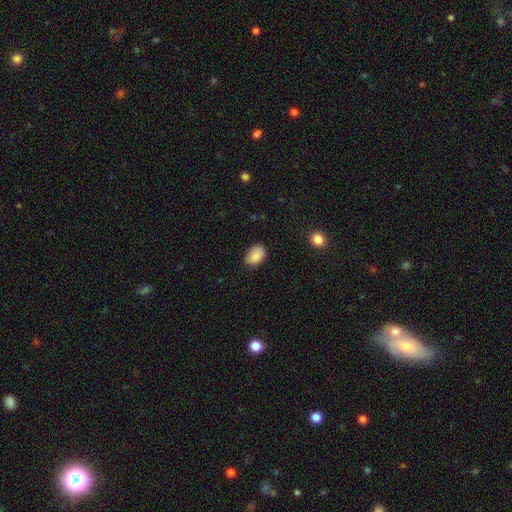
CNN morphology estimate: A smooth galaxy with no disk features (88%) that is in between round and cigar-shaped (84%).

Vote fractions:
- Smooth or featured? smooth: 88% / star or artifact: 8% / featured or disk: 4%
- How rounded? in between: 84% / round: 15% / cigar-shaped: 1%
- Merging? none: 78% / minor disturbance: 18% / major disturbance: 3% / merger: 1%